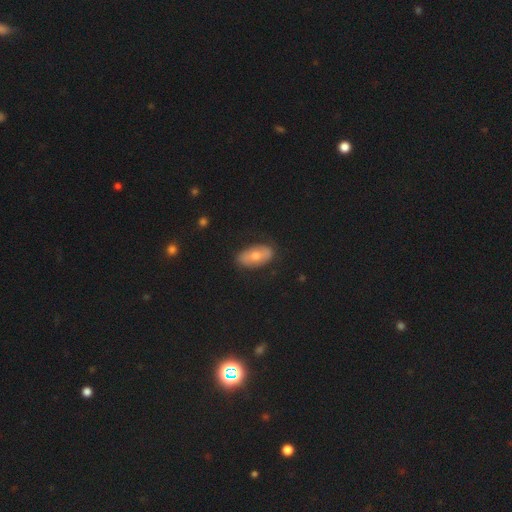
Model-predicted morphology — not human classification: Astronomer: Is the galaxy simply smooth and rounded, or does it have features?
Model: smooth — 60%.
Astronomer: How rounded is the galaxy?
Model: in between — 91%.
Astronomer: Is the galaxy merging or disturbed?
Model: none — 81%.